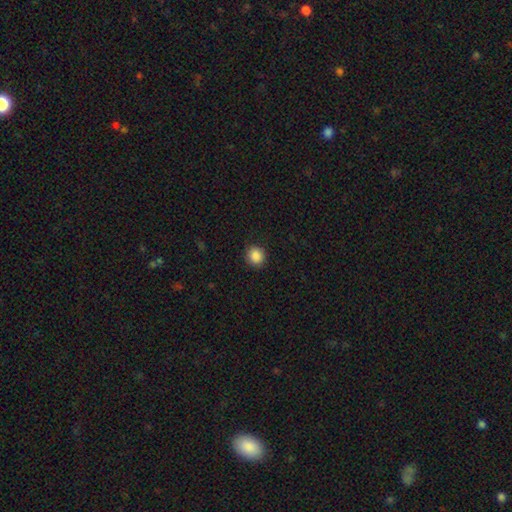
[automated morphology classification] smooth_or_featured: smooth (p=0.89) [alt: star or artifact p=0.09]
how_rounded: round (p=0.89) [alt: in between p=0.10]
merging: none (p=0.90) [alt: minor disturbance p=0.07]